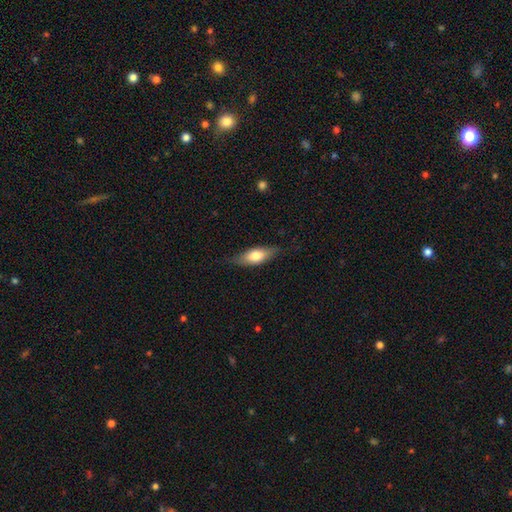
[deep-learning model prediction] Morphology: type=smooth (68%); roundness=in between (70%); merging=none (78%).